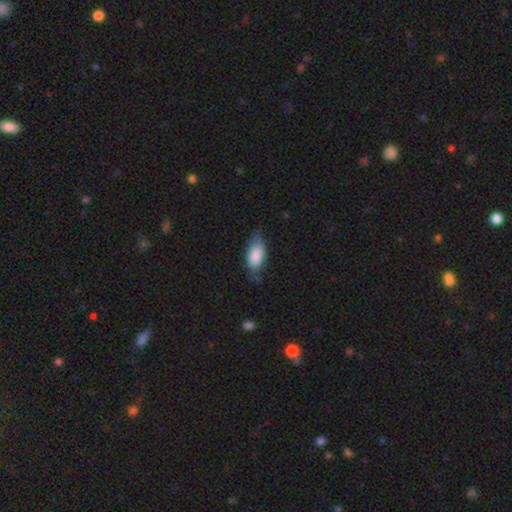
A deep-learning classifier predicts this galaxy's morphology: Q: Smooth or featured?
A: smooth (82%); runner-up: featured or disk (12%)
Q: How rounded?
A: in between (89%); runner-up: cigar-shaped (8%)
Q: Merging?
A: none (57%); runner-up: minor disturbance (33%)